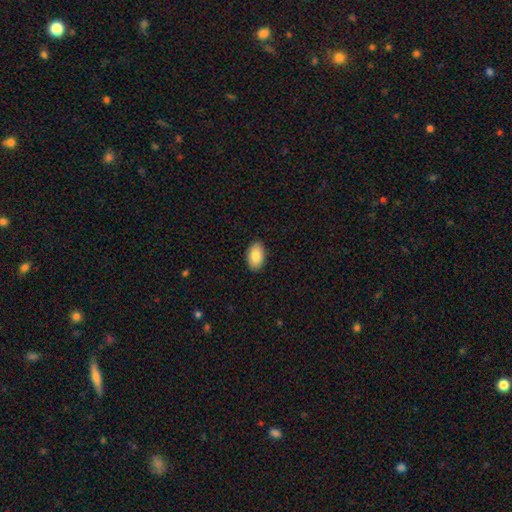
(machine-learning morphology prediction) Smooth or featured? Predicted: smooth (p=0.85). How rounded? Predicted: in between (p=0.93). Merging? Predicted: none (p=0.89).